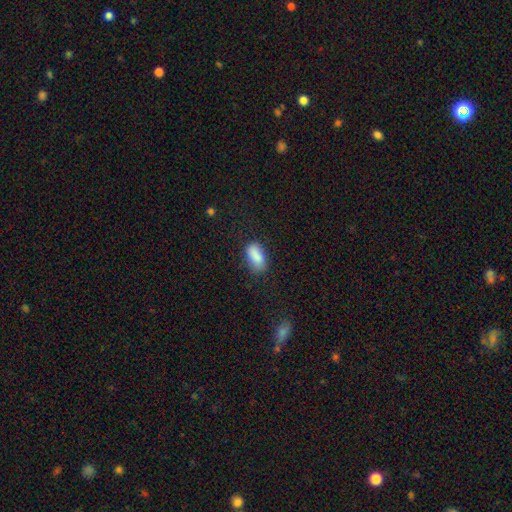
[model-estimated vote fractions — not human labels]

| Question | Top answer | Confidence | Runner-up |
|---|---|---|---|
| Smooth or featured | smooth | 87% | star or artifact (8%) |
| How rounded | in between | 90% | cigar-shaped (7%) |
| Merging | none | 72% | minor disturbance (20%) |